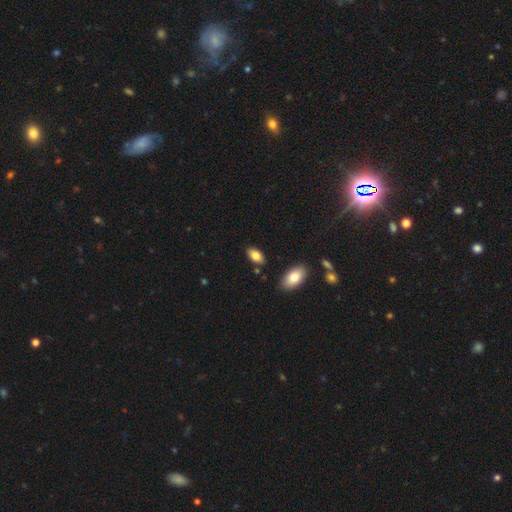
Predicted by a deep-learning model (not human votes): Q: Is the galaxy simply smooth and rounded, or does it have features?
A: smooth — 82%.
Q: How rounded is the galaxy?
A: in between — 93%.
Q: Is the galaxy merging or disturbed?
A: none — 83%.